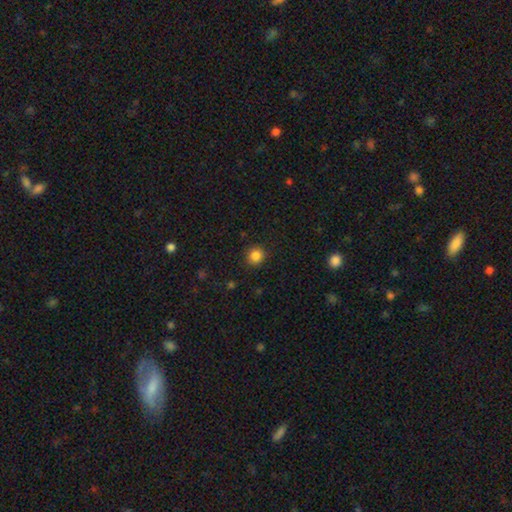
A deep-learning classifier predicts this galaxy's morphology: smooth-or-featured: smooth: 85% | star or artifact: 11% | featured or disk: 4%
  how-rounded: round: 92% | in between: 8% | cigar-shaped: 1%
  merging: none: 90% | minor disturbance: 7% | major disturbance: 2% | merger: 1%